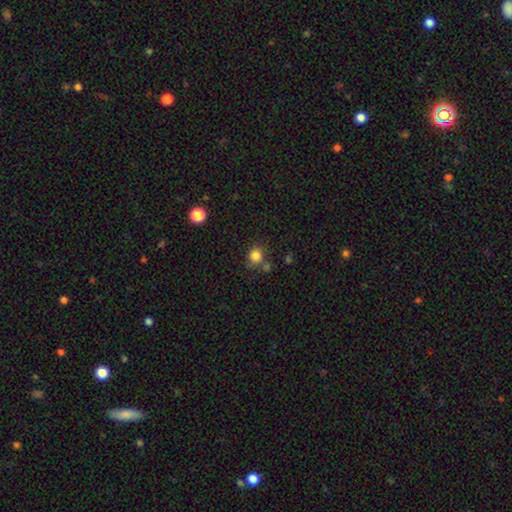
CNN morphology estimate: The model was most divided on "merging": none: 70%, minor disturbance: 14%, merger: 12%, major disturbance: 5%. More confident: smooth or featured — smooth (83%); how rounded — round (81%).